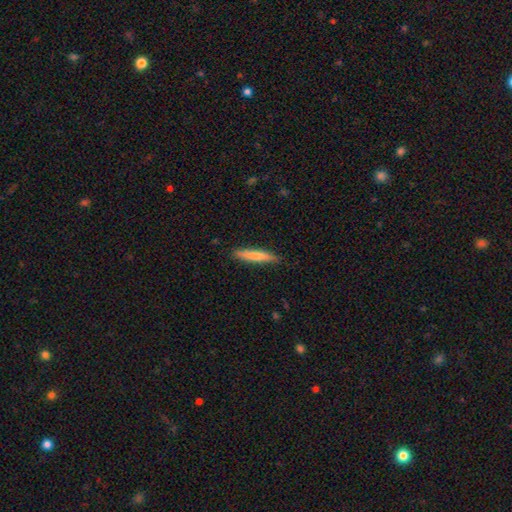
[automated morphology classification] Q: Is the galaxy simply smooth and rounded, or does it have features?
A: smooth — 72%.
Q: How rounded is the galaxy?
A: cigar-shaped — 92%.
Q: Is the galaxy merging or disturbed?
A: none — 86%.